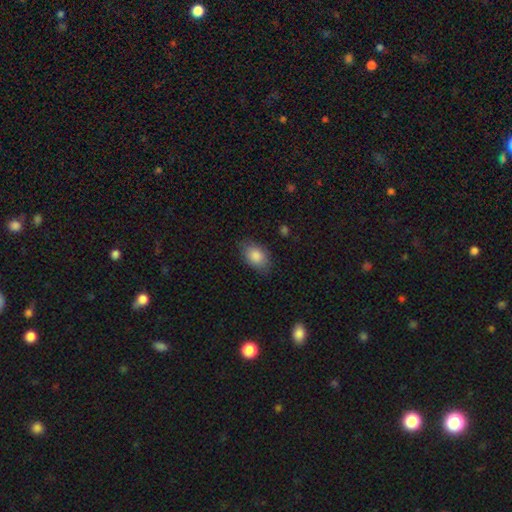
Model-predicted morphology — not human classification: Smooth or featured? smooth (86%)
How rounded? in between (89%)
Merging? none (80%)